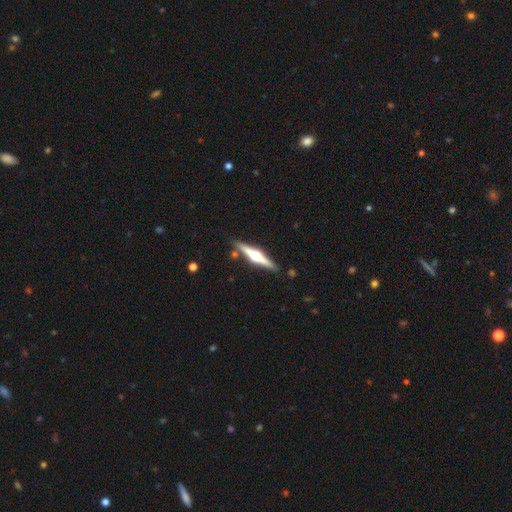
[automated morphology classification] featured or disk 79%, smooth 16%, star or artifact 5%. Down the decision tree: edge-on disk — yes (98%); edge-on bulge — rounded (95%); merging — none (87%).